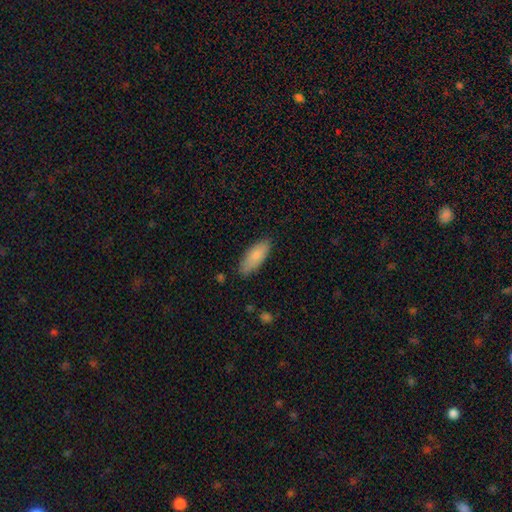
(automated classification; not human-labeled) Smooth or featured? smooth (85%)
How rounded? in between (75%)
Merging? none (83%)